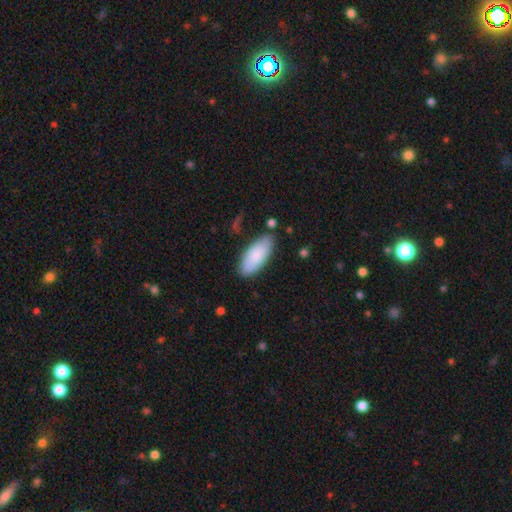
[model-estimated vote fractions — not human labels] smooth 84%, featured or disk 10%, star or artifact 5%. Down the decision tree: how rounded — in between (85%); merging — none (80%).